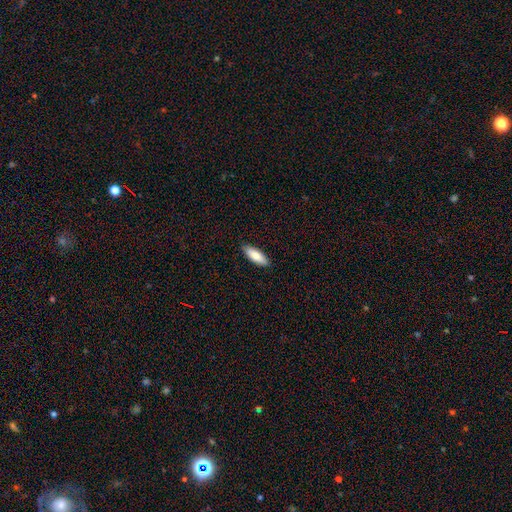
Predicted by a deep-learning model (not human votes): Q: Smooth or featured?
A: smooth (81%); runner-up: featured or disk (13%)
Q: How rounded?
A: in between (61%); runner-up: cigar-shaped (37%)
Q: Merging?
A: none (89%); runner-up: minor disturbance (8%)